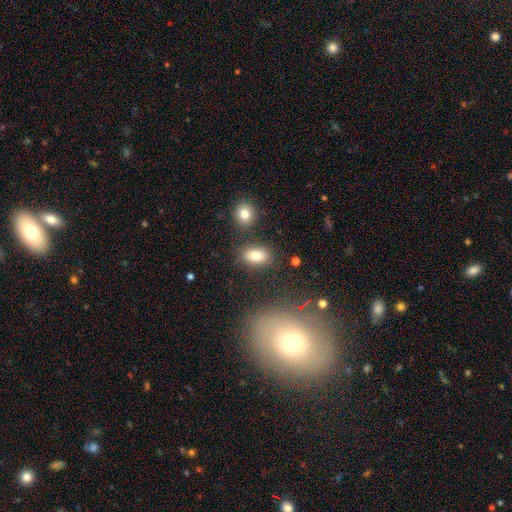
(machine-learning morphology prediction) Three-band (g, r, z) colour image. It shows a smooth galaxy with no disk features (81%) that is in between round and cigar-shaped (87%). Merging: none (81%).